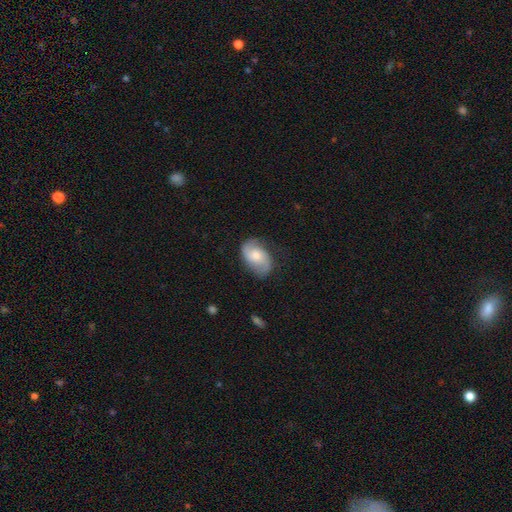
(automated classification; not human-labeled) Overall: featured or disk (66%; smooth 28%). Edge-on disk: no (97%). Bar: no (63%; weak 32%). Spiral arms: yes (92%). Spiral arm count: 2 (89%). Spiral winding: medium (46%; loose 34%). Bulge size: moderate (56%; small 23%). Merging: none (74%).